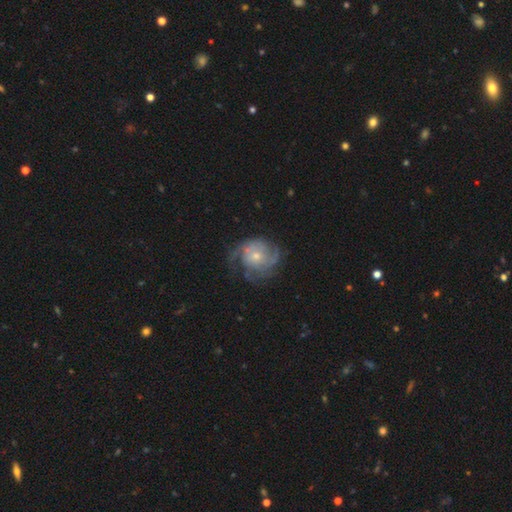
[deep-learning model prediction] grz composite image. It shows a featured or disk galaxy (77%) with no bar (78%), tight (45%) spiral arms (90%) and a small central bulge (58%). Merging: none (60%).